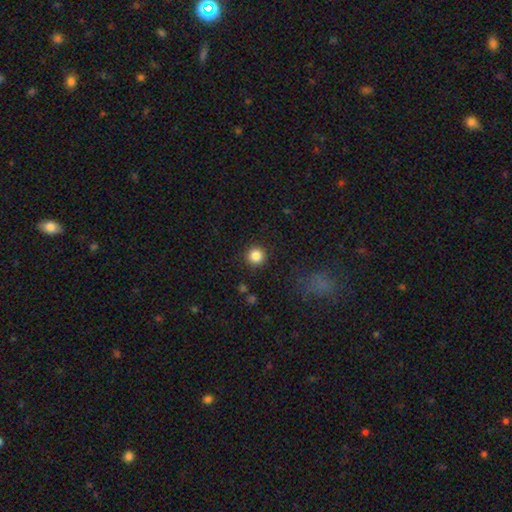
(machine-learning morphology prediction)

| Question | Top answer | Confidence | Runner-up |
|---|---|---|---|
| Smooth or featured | smooth | 85% | star or artifact (11%) |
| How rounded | round | 95% | in between (4%) |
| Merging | none | 90% | minor disturbance (6%) |